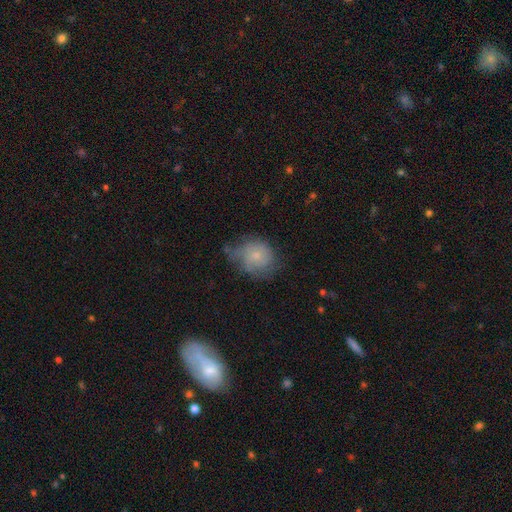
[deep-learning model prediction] Morphology: type=smooth (58%); roundness=round (65%); merging=none (46%).